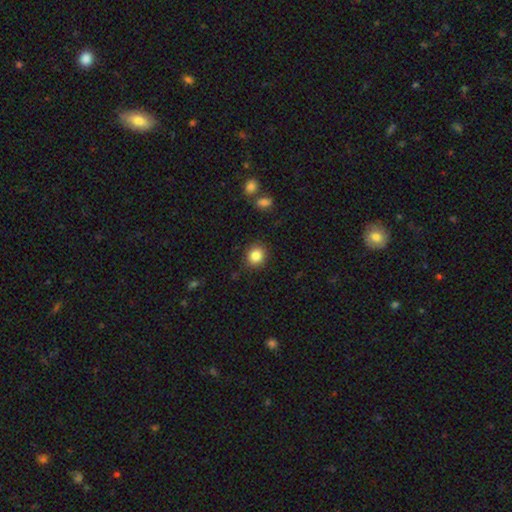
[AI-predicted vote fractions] Smooth or featured? Predicted: smooth (p=0.86). How rounded? Predicted: round (p=0.81). Merging? Predicted: none (p=0.86).